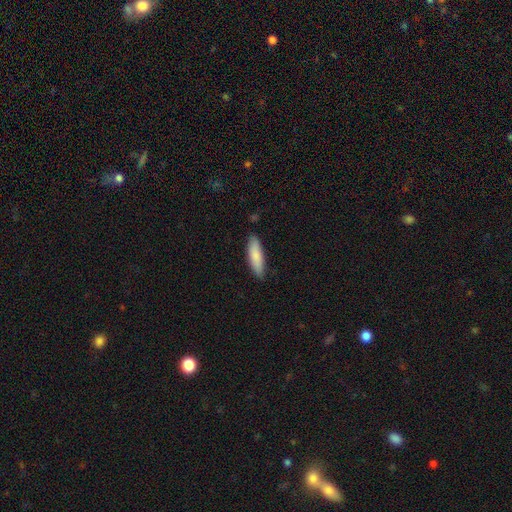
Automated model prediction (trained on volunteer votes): Smooth or featured?
  - smooth: 84% *
  - featured or disk: 11%
  - star or artifact: 5%
How rounded?
  - cigar-shaped: 55% *
  - in between: 43%
  - round: 1%
Merging?
  - none: 86% *
  - minor disturbance: 11%
  - major disturbance: 2%
  - merger: 1%